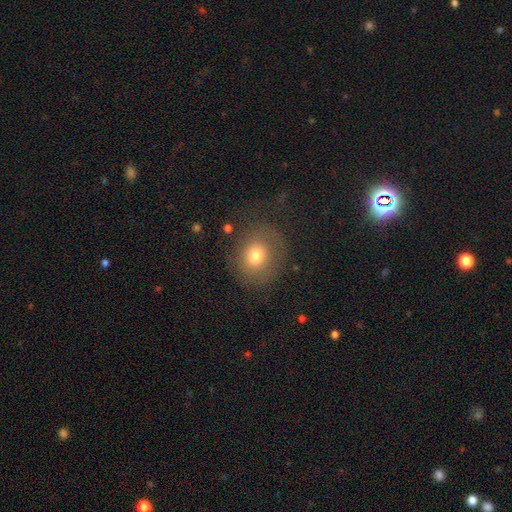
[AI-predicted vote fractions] Morphology: type=smooth (70%); roundness=round (77%); merging=none (68%).